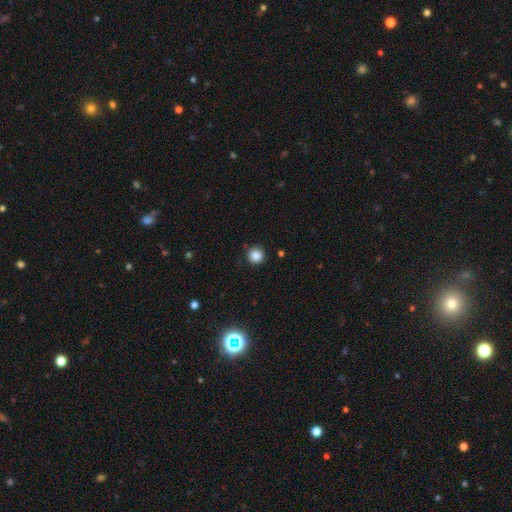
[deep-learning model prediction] This appears to be a smooth galaxy with no disk features (85%) that is round (95%). Merging: none (89%).